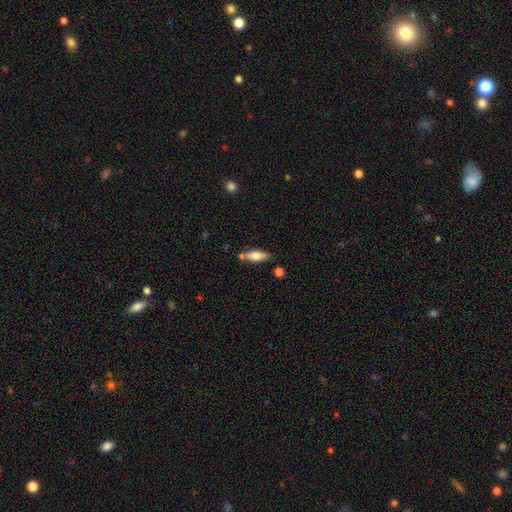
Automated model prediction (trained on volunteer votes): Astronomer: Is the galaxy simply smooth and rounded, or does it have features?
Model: smooth — 69%.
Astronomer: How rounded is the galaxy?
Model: in between — 65%.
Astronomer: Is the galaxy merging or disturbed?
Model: none — 67%.